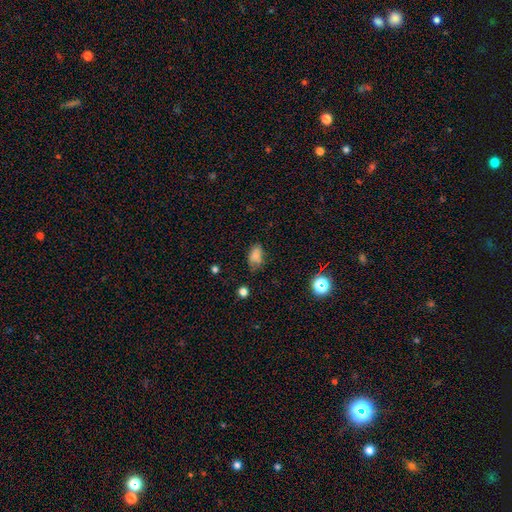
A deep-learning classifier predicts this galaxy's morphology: smooth-or-featured: smooth: 77% | star or artifact: 13% | featured or disk: 11%
  how-rounded: in between: 88% | round: 10% | cigar-shaped: 3%
  merging: none: 61% | minor disturbance: 29% | major disturbance: 7% | merger: 3%